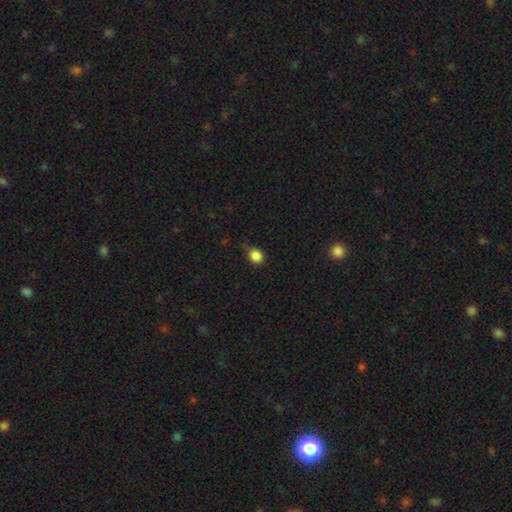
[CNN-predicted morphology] This is clearly a smooth galaxy (86%). How rounded: likely round (70%). Merging: likely none (72%).